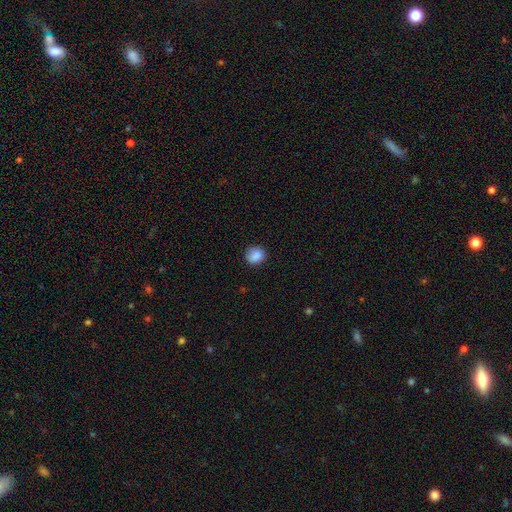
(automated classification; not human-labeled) smooth-or-featured: smooth: 85% | star or artifact: 9% | featured or disk: 6%
  how-rounded: round: 77% | in between: 22% | cigar-shaped: 1%
  merging: none: 80% | minor disturbance: 15% | major disturbance: 4% | merger: 1%